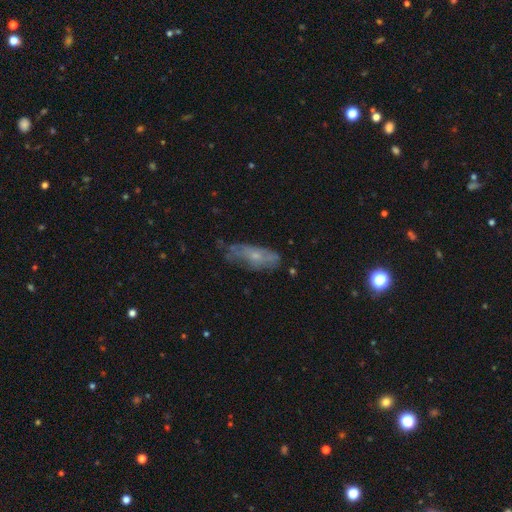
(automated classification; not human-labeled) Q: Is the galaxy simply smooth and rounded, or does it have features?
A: featured or disk — 46%.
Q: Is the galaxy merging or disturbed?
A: none — 51%.